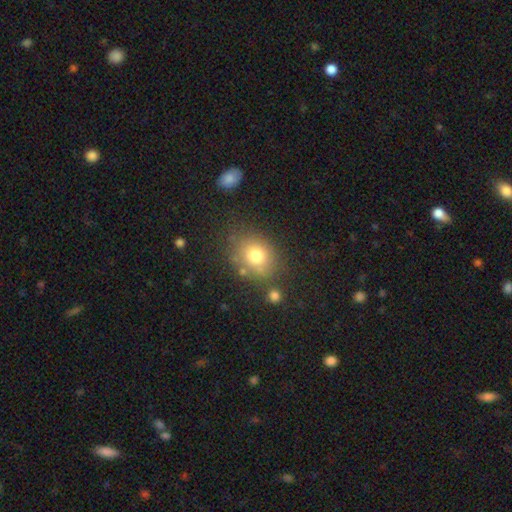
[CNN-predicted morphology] This is likely a smooth galaxy (75%). How rounded: possibly round (57%). Merging: likely none (72%).